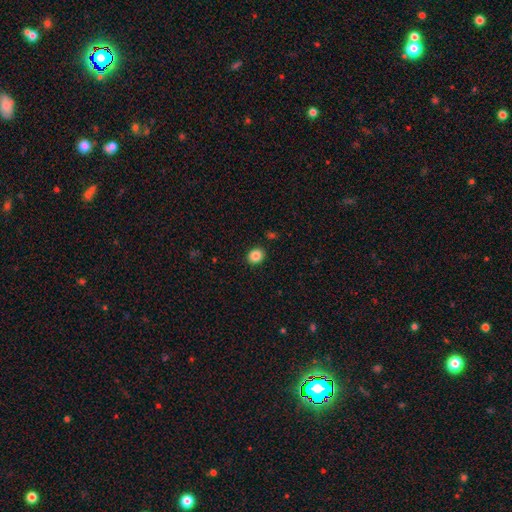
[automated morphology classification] smooth 86%, star or artifact 9%, featured or disk 4%. Down the decision tree: how rounded — round (64%); merging — none (90%).